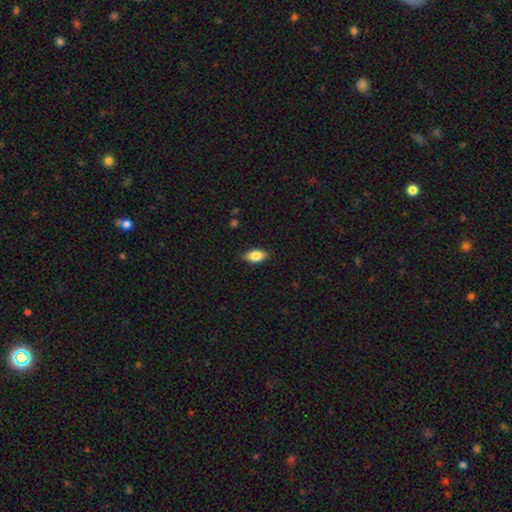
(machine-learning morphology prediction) type=smooth (77%); roundness=in between (87%); merging=none (84%).